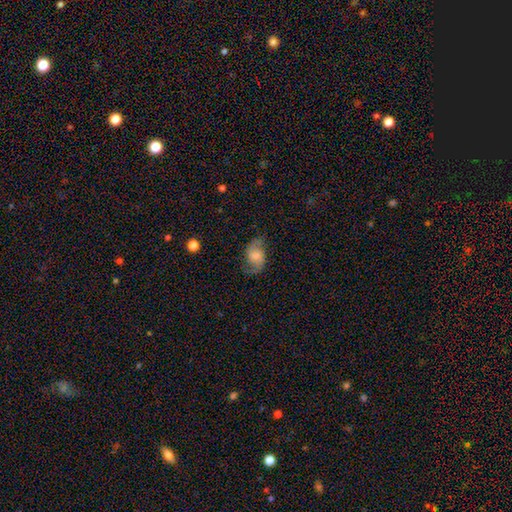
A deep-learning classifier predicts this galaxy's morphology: type=featured or disk (68%); edge-on=no (97%); bar=no (59%); spiral arms=yes (93%); winding=loose (54%); arm count=2 (91%); bulge=small (39%); merging=none (73%).